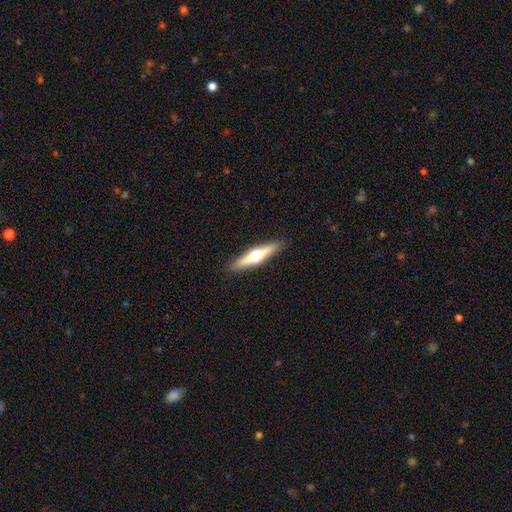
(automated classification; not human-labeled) Smooth or featured: featured or disk — 64% (smooth — 31%)
Edge-on disk: yes — 97% (no — 3%)
Edge-on bulge: rounded — 95% (boxy — 3%)
Merging: none — 91% (minor disturbance — 7%)